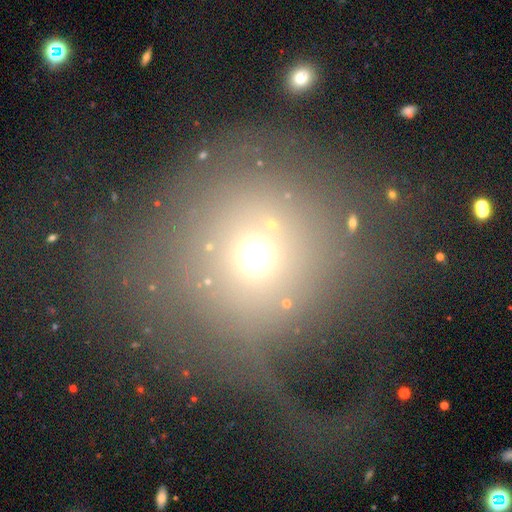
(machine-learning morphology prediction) This appears to be a smooth galaxy with no disk features (59%) that is round (91%). Merging: none (55%).